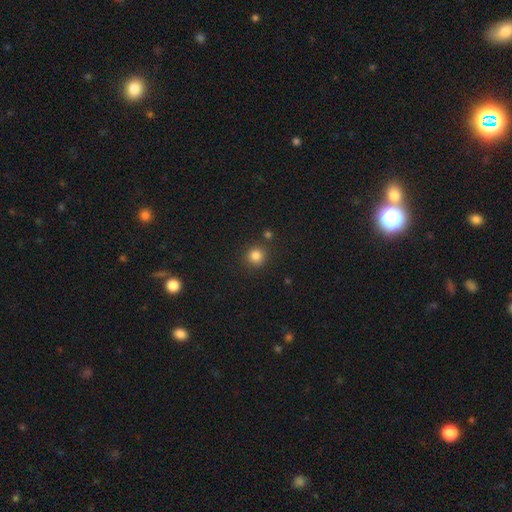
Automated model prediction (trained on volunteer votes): Smooth or featured?
  - smooth: 83% *
  - star or artifact: 13%
  - featured or disk: 5%
How rounded?
  - round: 92% *
  - in between: 7%
  - cigar-shaped: 1%
Merging?
  - none: 85% *
  - minor disturbance: 8%
  - merger: 5%
  - major disturbance: 3%